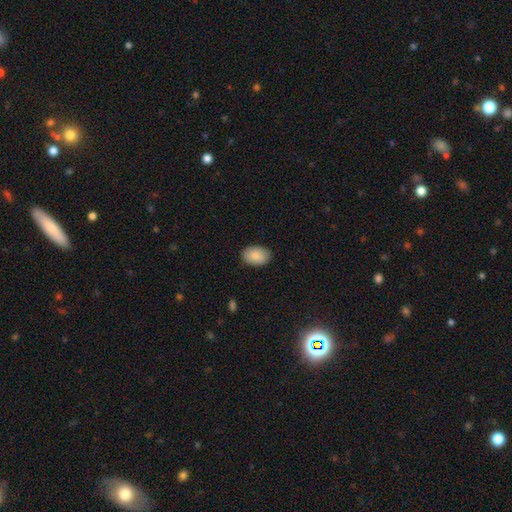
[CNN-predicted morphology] Smooth or featured: smooth — 89% (star or artifact — 6%)
How rounded: in between — 87% (round — 12%)
Merging: none — 87% (minor disturbance — 9%)